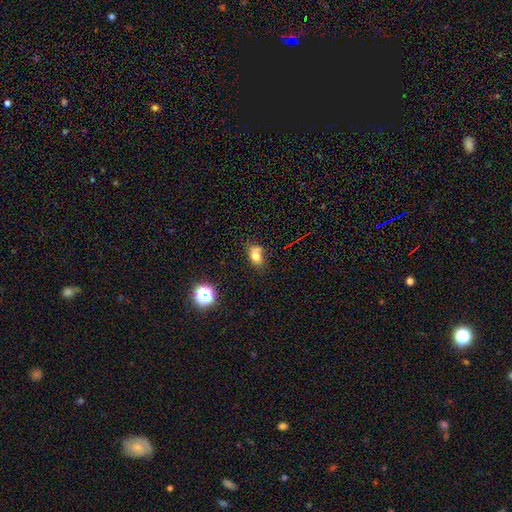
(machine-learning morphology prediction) smooth 74%, star or artifact 14%, featured or disk 12%. Down the decision tree: how rounded — in between (78%); merging — none (53%).